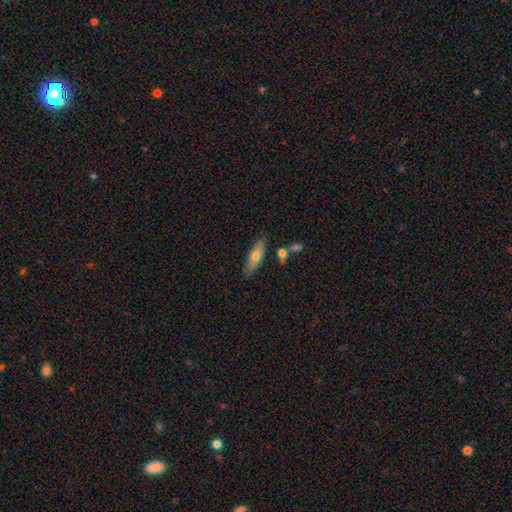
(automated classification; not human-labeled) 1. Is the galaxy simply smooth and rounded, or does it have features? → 63% smooth, 31% featured or disk, 7% star or artifact.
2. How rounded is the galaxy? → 53% cigar-shaped, 44% in between, 3% round.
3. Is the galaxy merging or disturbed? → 79% none, 13% minor disturbance, 6% merger, 3% major disturbance.